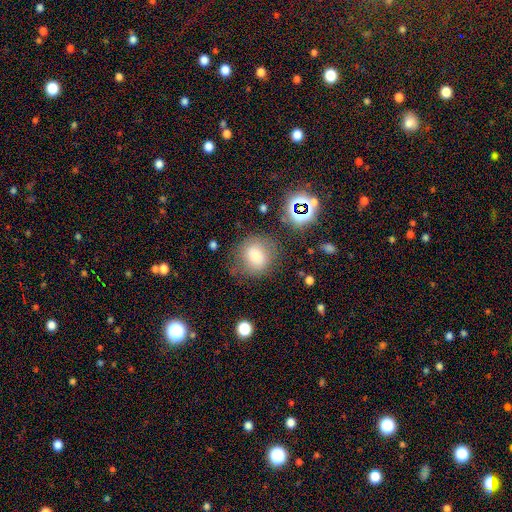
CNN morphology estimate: This is likely a smooth galaxy (76%). How rounded: likely round (70%). Merging: likely none (67%).